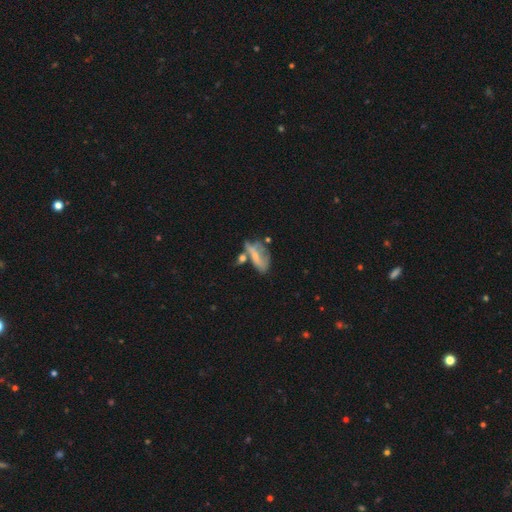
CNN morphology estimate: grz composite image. It shows a smooth galaxy with no disk features (46%). Merging: merger (31%).